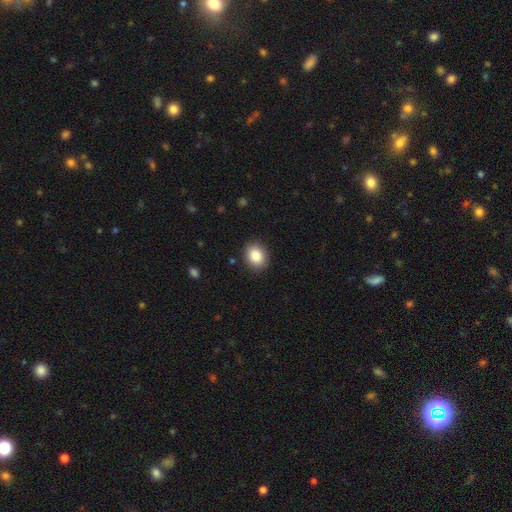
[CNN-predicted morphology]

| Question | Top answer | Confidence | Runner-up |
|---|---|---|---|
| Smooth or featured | smooth | 86% | star or artifact (8%) |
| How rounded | in between | 50% | round (49%) |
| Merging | none | 89% | minor disturbance (8%) |